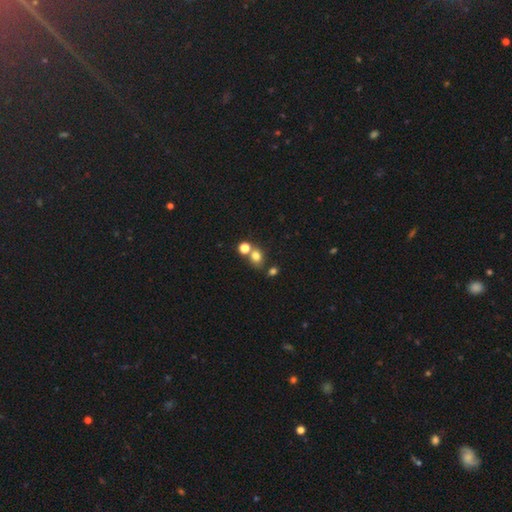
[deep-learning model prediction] This appears to be a smooth galaxy with no disk features (74%) that is round (61%). Merging: none (53%).